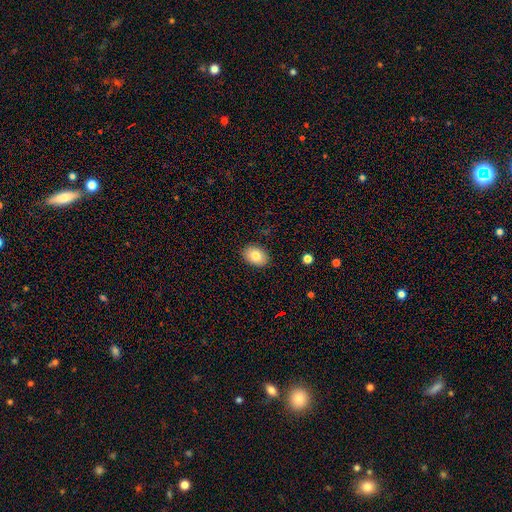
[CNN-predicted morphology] A smooth galaxy with no disk features (81%) that is in between round and cigar-shaped (76%). Merging: none (88%).